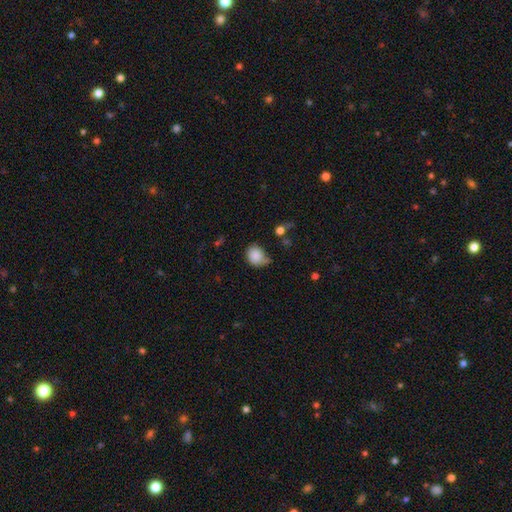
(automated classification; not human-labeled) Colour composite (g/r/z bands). It shows a smooth galaxy with no disk features (84%) that is round (62%). Merging: none (45%).